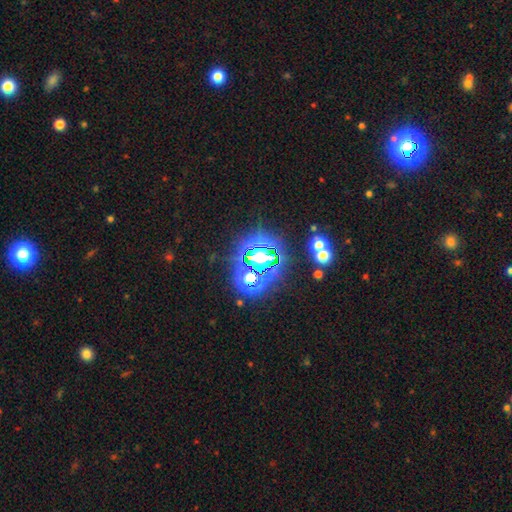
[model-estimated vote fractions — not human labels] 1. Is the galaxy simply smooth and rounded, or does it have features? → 76% star or artifact, 14% smooth, 9% featured or disk.